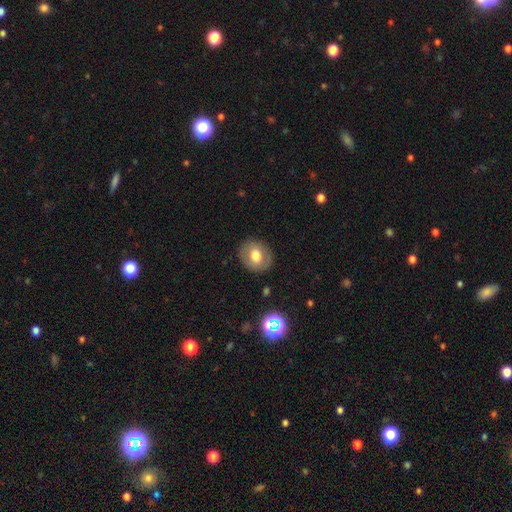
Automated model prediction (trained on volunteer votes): The model was most divided on "how rounded": round: 62%, in between: 37%, cigar-shaped: 1%. More confident: merging — none (86%); smooth or featured — smooth (66%).